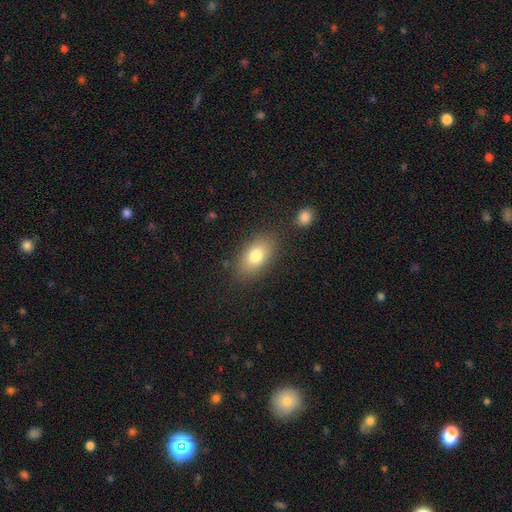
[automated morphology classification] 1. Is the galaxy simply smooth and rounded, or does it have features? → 78% smooth, 13% featured or disk, 9% star or artifact.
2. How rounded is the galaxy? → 88% in between, 9% round, 3% cigar-shaped.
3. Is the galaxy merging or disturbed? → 81% none, 12% minor disturbance, 4% major disturbance, 3% merger.